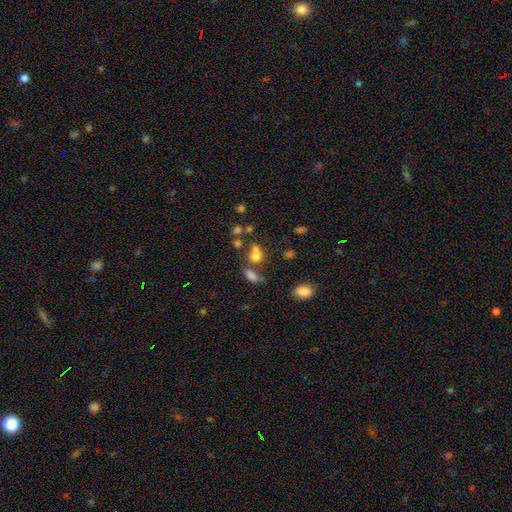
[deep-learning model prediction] Morphology: type=smooth (70%); roundness=round (53%); merging=merger (43%).